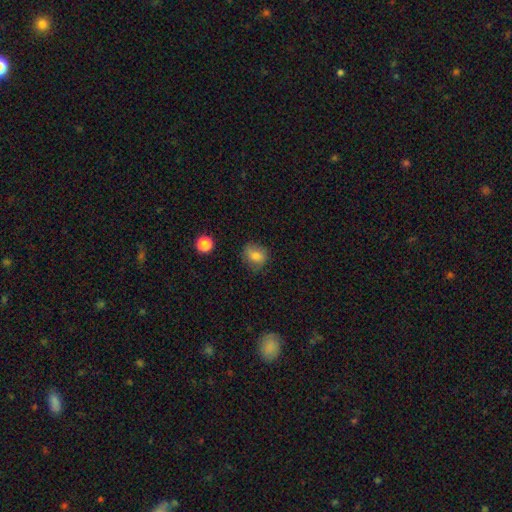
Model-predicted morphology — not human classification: A smooth galaxy with no disk features (76%) that is round (61%).

Vote fractions:
- Smooth or featured? smooth: 76% / featured or disk: 13% / star or artifact: 11%
- How rounded? round: 61% / in between: 37% / cigar-shaped: 1%
- Merging? none: 67% / minor disturbance: 24% / major disturbance: 8% / merger: 2%